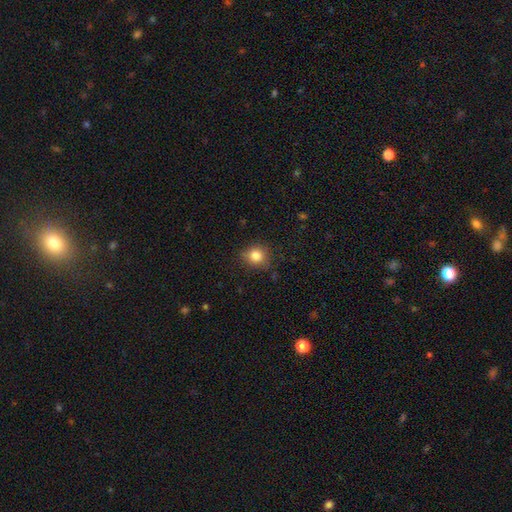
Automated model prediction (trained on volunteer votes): Q: Smooth or featured?
A: smooth (83%); runner-up: star or artifact (11%)
Q: How rounded?
A: round (82%); runner-up: in between (17%)
Q: Merging?
A: none (81%); runner-up: minor disturbance (14%)